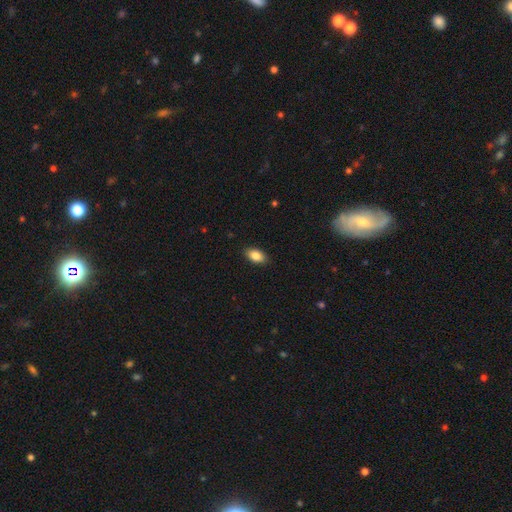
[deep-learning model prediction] This appears to be a smooth galaxy with no disk features (85%) that is in between round and cigar-shaped (92%). Merging: none (88%).